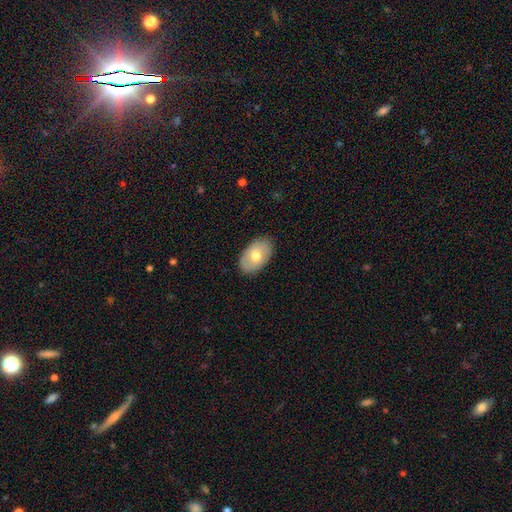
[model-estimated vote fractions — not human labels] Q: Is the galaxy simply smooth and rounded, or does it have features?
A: smooth — 67%.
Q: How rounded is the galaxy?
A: in between — 92%.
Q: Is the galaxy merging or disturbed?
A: none — 86%.